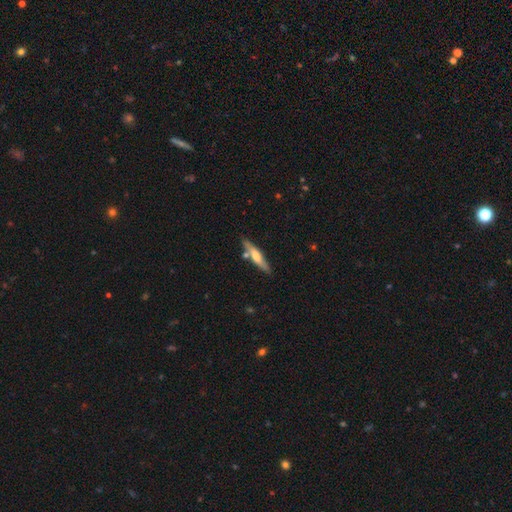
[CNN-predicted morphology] Overall: featured or disk (50%; smooth 45%). Merging: none (76%).